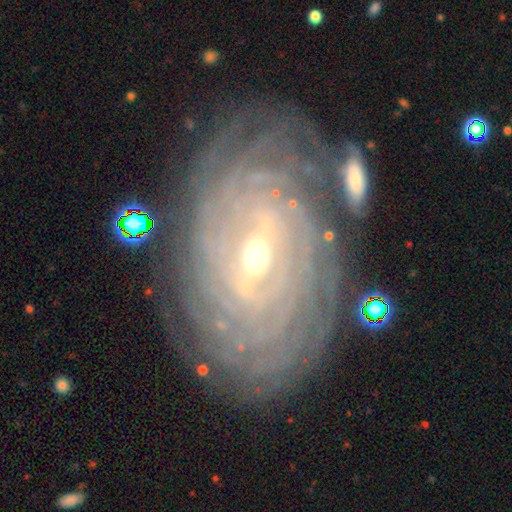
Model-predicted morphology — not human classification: Smooth or featured? featured or disk (86%)
Edge-on disk? no (95%)
Bar? weak (49%)
Spiral arms? yes (94%)
Spiral winding? tight (87%)
Spiral arm count? can't tell (39%)
Bulge size? small (53%)
Merging? none (81%)